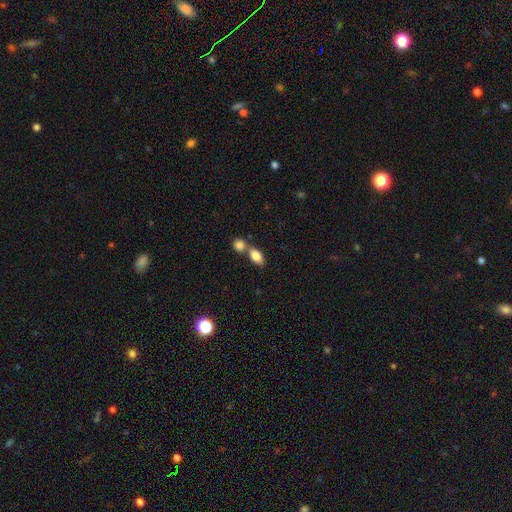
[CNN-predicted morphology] The model was most divided on "merging": merger: 47%, none: 41%, minor disturbance: 9%, major disturbance: 3%. More confident: how rounded — in between (84%); smooth or featured — smooth (82%).